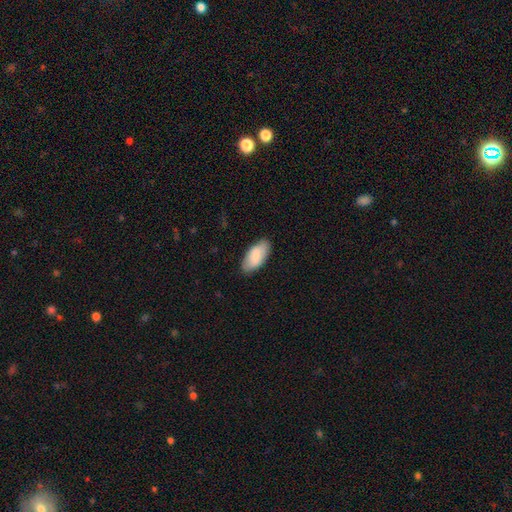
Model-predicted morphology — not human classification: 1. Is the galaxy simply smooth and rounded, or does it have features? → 85% smooth, 10% featured or disk, 5% star or artifact.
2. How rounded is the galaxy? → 93% in between, 5% cigar-shaped, 2% round.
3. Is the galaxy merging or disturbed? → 84% none, 13% minor disturbance, 2% major disturbance, 1% merger.